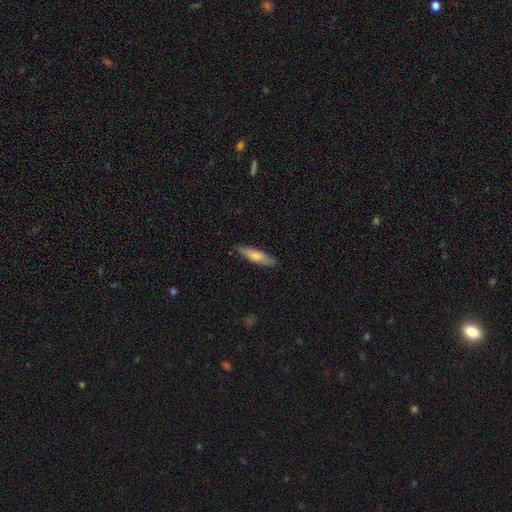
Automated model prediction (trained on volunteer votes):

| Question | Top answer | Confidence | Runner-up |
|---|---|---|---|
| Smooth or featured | smooth | 73% | featured or disk (22%) |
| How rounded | cigar-shaped | 69% | in between (29%) |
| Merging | none | 82% | minor disturbance (14%) |